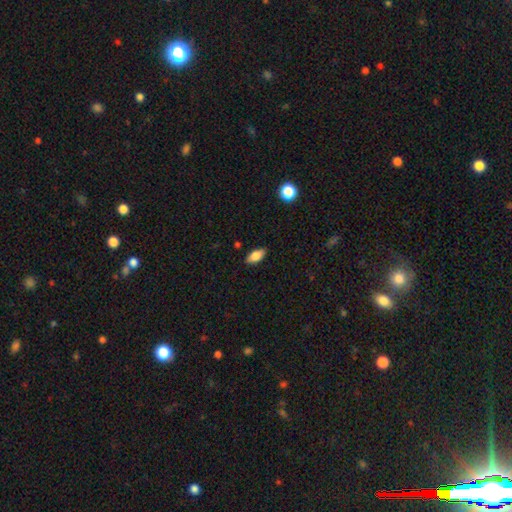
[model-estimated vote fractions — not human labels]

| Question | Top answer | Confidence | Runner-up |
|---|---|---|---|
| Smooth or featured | smooth | 81% | featured or disk (12%) |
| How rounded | in between | 89% | cigar-shaped (8%) |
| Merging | none | 88% | minor disturbance (9%) |